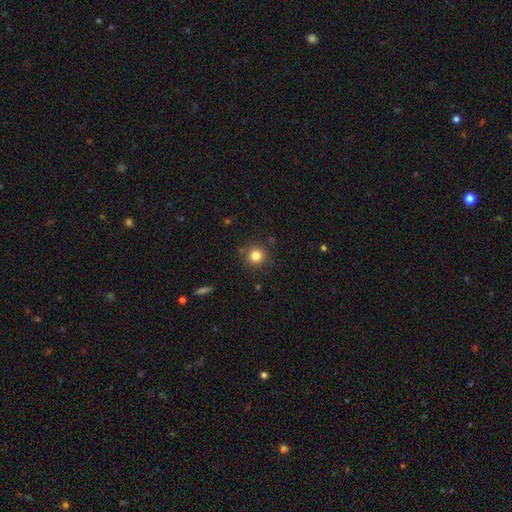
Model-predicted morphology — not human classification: smooth 83%, star or artifact 12%, featured or disk 6%. Down the decision tree: how rounded — round (93%); merging — none (85%).